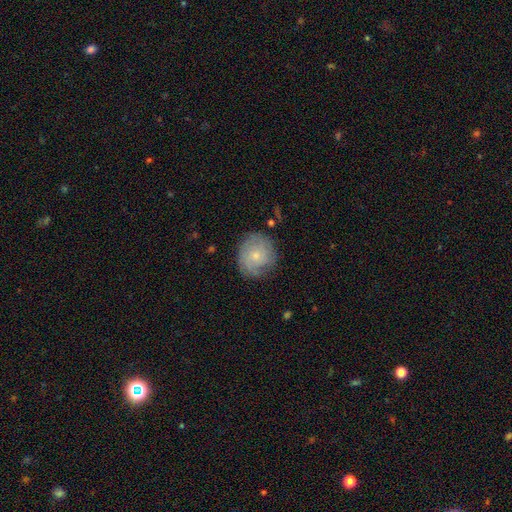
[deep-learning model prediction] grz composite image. It shows a featured or disk galaxy (49%). Merging: none (76%).